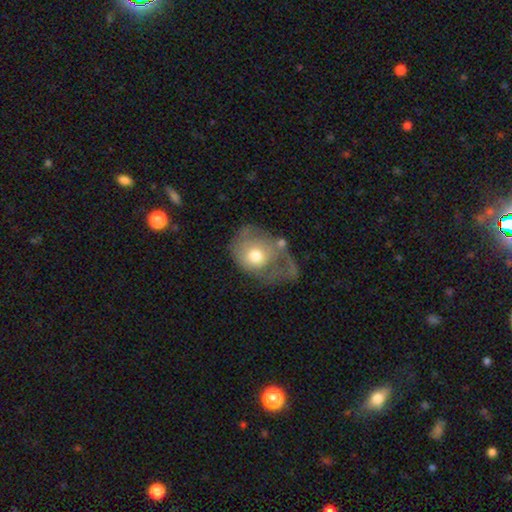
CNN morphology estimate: smooth_or_featured: smooth (p=0.53) [alt: featured or disk p=0.39]
how_rounded: round (p=0.56) [alt: in between p=0.43]
merging: major disturbance (p=0.52) [alt: minor disturbance p=0.20]